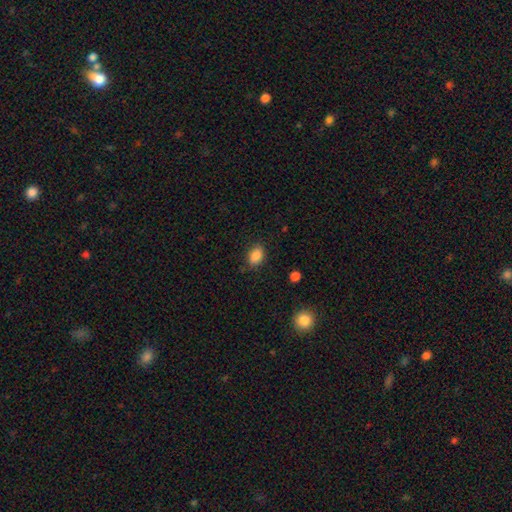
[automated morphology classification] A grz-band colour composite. It shows a smooth galaxy with no disk features (86%) that is in between round and cigar-shaped (76%). Merging: none (81%).